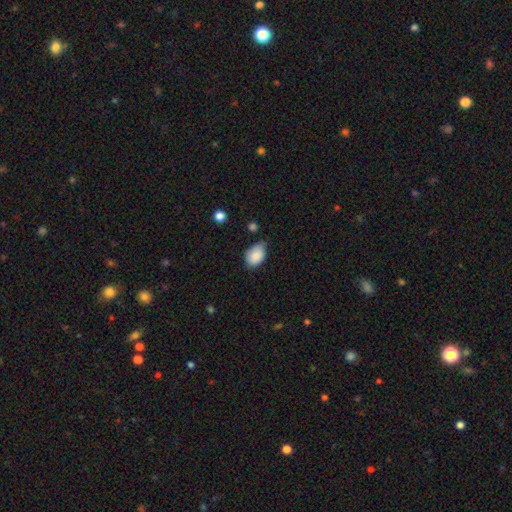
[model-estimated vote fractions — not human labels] smooth_or_featured: smooth (p=0.84) [alt: featured or disk p=0.08]
how_rounded: in between (p=0.79) [alt: round p=0.20]
merging: minor disturbance (p=0.45) [alt: none p=0.43]